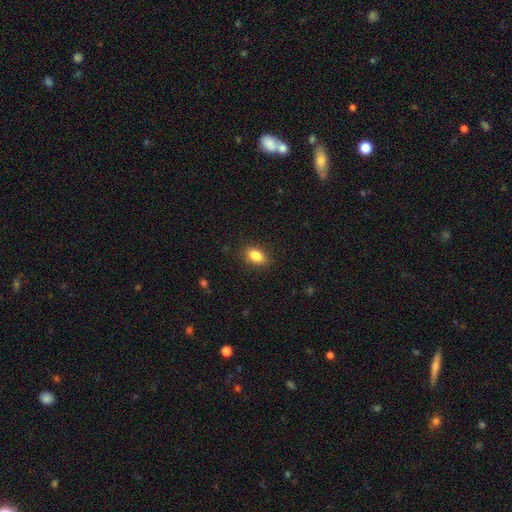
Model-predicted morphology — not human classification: A smooth galaxy with no disk features (85%) that is in between round and cigar-shaped (85%).

Vote fractions:
- Smooth or featured? smooth: 85% / star or artifact: 8% / featured or disk: 6%
- How rounded? in between: 85% / round: 12% / cigar-shaped: 3%
- Merging? none: 87% / minor disturbance: 9% / major disturbance: 2% / merger: 1%